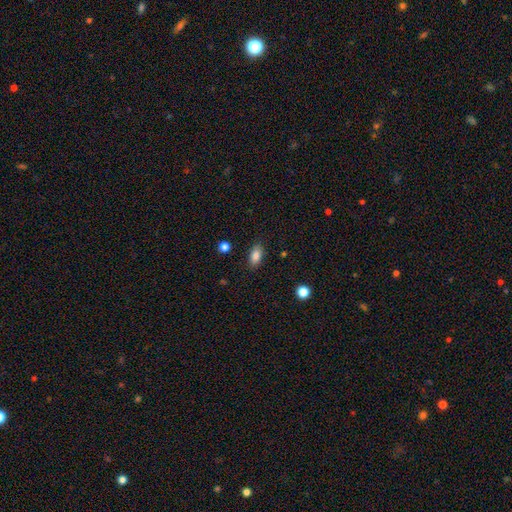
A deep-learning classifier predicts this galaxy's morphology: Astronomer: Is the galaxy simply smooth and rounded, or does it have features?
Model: smooth — 84%.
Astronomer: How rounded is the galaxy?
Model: in between — 89%.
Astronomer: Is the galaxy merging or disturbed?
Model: none — 86%.